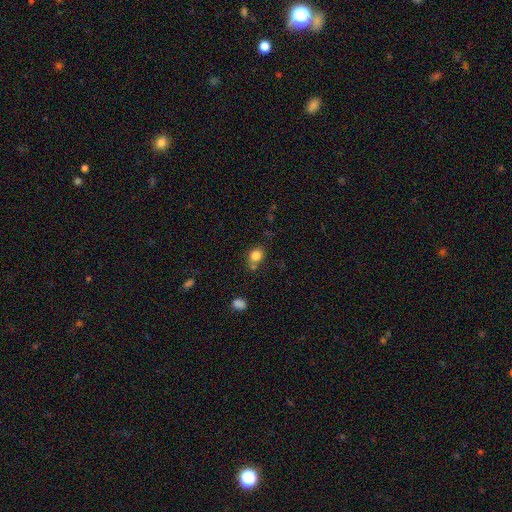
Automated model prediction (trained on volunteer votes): The model was most divided on "how rounded": round: 62%, in between: 37%, cigar-shaped: 1%. More confident: smooth or featured — smooth (82%); merging — none (62%).